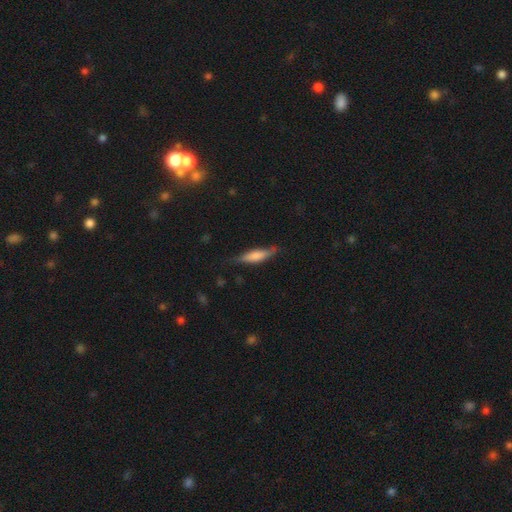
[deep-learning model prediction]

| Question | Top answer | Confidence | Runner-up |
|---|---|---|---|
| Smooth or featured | smooth | 65% | featured or disk (29%) |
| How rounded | cigar-shaped | 66% | in between (33%) |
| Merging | none | 66% | minor disturbance (26%) |